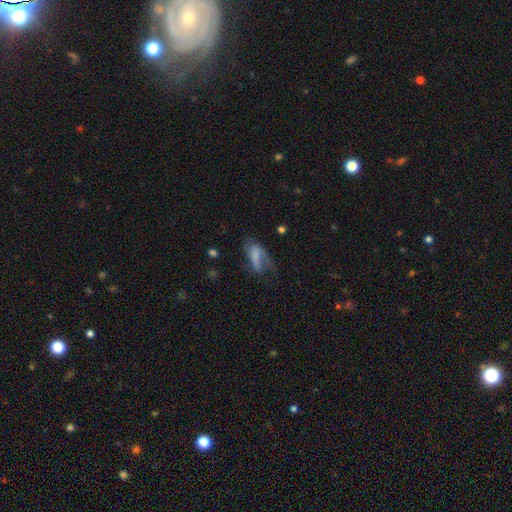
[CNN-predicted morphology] Smooth or featured? smooth (62%)
How rounded? in between (84%)
Merging? major disturbance (47%)